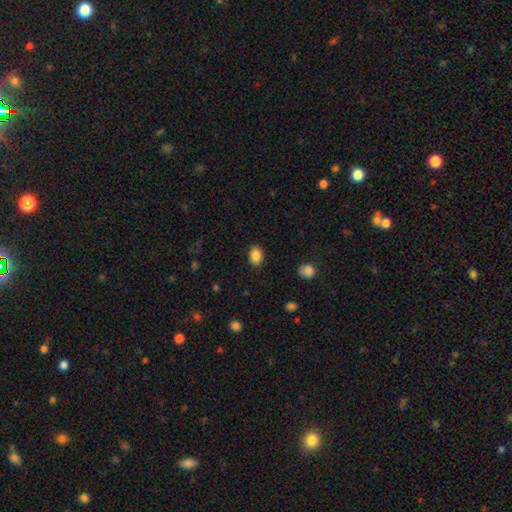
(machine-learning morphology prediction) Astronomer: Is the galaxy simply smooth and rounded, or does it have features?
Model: smooth — 87%.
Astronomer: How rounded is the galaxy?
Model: in between — 77%.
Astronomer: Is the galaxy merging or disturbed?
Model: none — 87%.